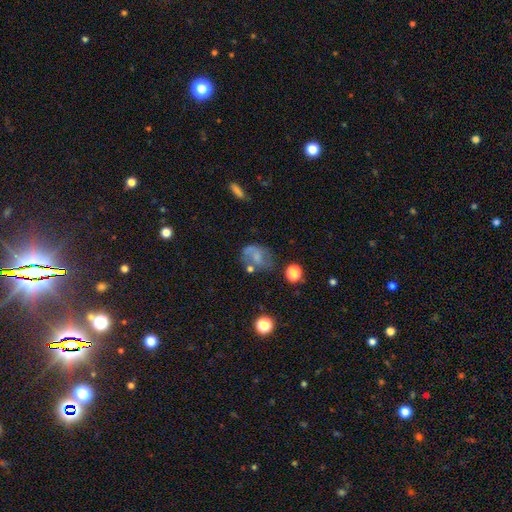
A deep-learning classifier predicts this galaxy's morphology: type=smooth (48%); merging=none (39%).